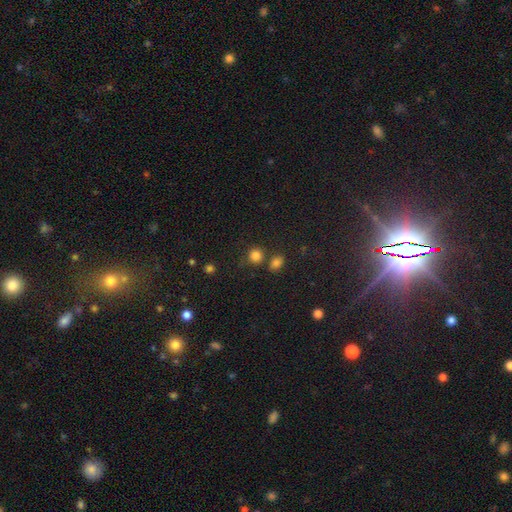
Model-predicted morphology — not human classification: This is clearly a smooth galaxy (82%). How rounded: clearly round (86%). Merging: likely none (70%).